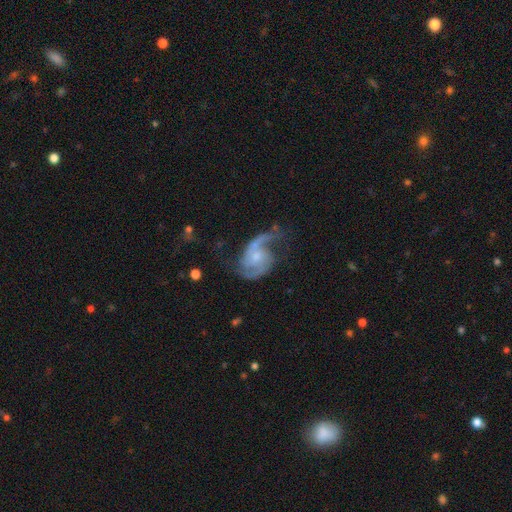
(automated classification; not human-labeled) A featured or disk galaxy (88%) with no bar (60%), 2 (86%) medium (47%) spiral arms (97%) and a small central bulge (56%).

Vote fractions:
- Smooth or featured? featured or disk: 88% / smooth: 6% / star or artifact: 6%
- Edge-on disk? no: 97% / yes: 3%
- Bar? no: 60% / weak: 33% / strong: 7%
- Spiral arms? yes: 97% / no: 3%
- Spiral winding? medium: 47% / loose: 38% / tight: 14%
- Spiral arm count? 2: 86% / 1: 5% / can't tell: 4% / 3: 3% / 4: 1% / more than 4: 1%
- Bulge size? small: 56% / moderate: 31% / none: 9% / large: 3% / dominant: 1%
- Merging? none: 56% / minor disturbance: 22% / major disturbance: 19% / merger: 3%